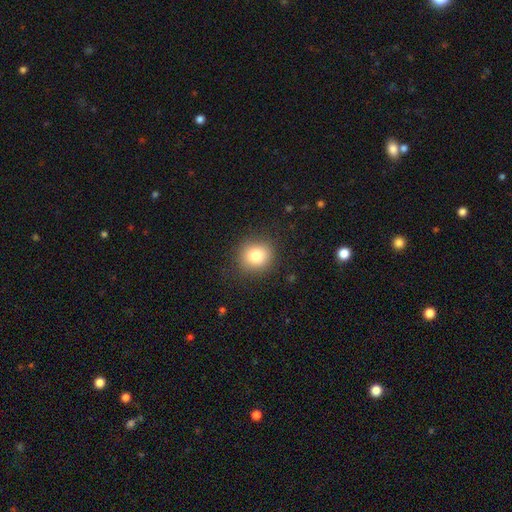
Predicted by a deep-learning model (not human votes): Smooth or featured? smooth (81%)
How rounded? round (87%)
Merging? none (88%)